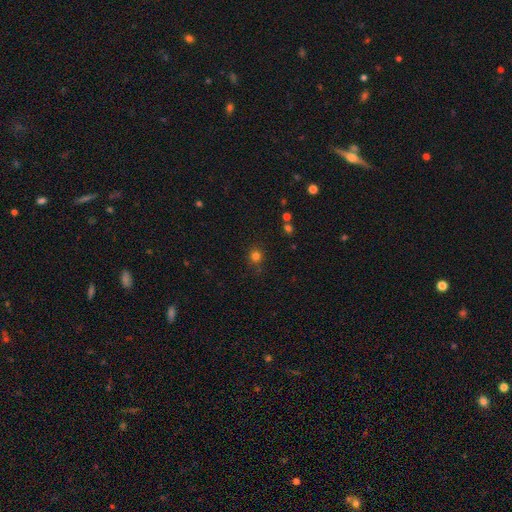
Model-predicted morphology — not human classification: The model was most divided on "smooth or featured": smooth: 77%, star or artifact: 18%, featured or disk: 5%. More confident: how rounded — round (89%); merging — none (83%).